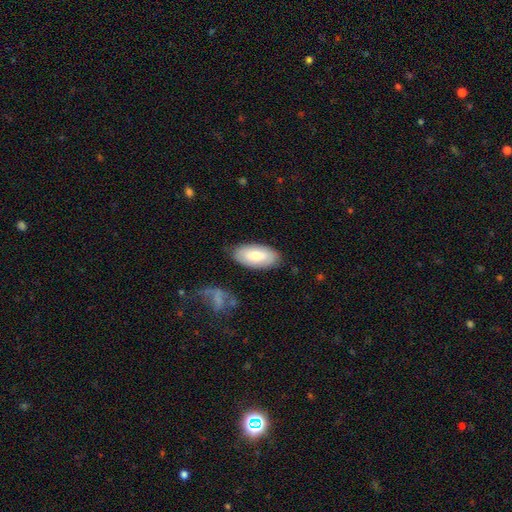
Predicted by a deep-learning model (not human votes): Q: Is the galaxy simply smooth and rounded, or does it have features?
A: smooth — 74%.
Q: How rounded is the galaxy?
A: in between — 93%.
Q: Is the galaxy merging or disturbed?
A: none — 82%.